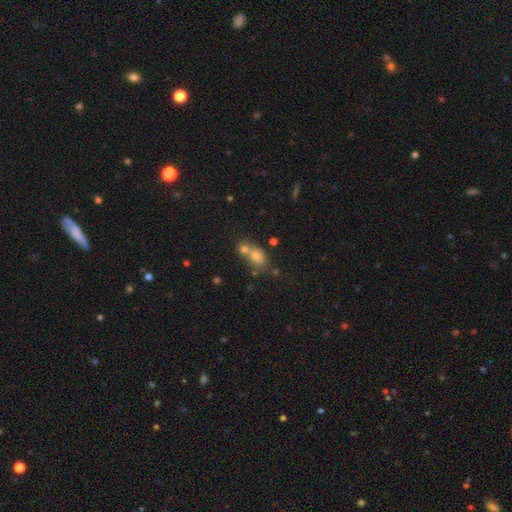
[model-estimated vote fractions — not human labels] A smooth galaxy with no disk features (70%) that is in between round and cigar-shaped (57%).

Vote fractions:
- Smooth or featured? smooth: 70% / featured or disk: 15% / star or artifact: 15%
- How rounded? in between: 57% / round: 41% / cigar-shaped: 3%
- Merging? merger: 50% / none: 37% / minor disturbance: 9% / major disturbance: 4%